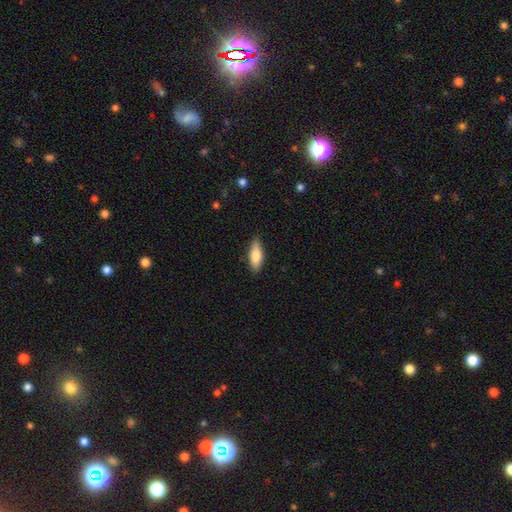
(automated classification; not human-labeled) smooth_or_featured: smooth (p=0.78) [alt: featured or disk p=0.16]
how_rounded: in between (p=0.70) [alt: cigar-shaped p=0.28]
merging: none (p=0.85) [alt: minor disturbance p=0.12]